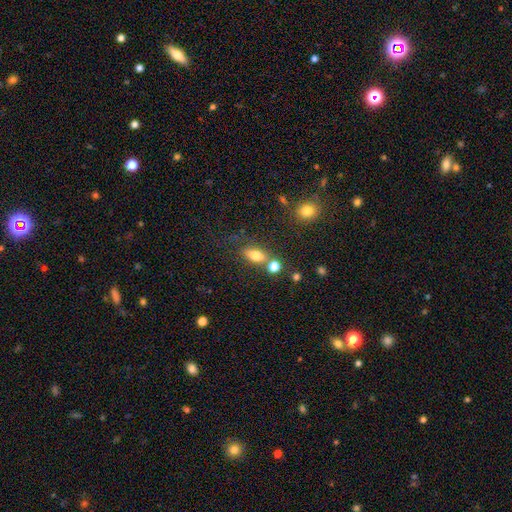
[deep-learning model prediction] This is likely a smooth galaxy (74%). How rounded: likely in between (78%). Merging: likely none (60%).